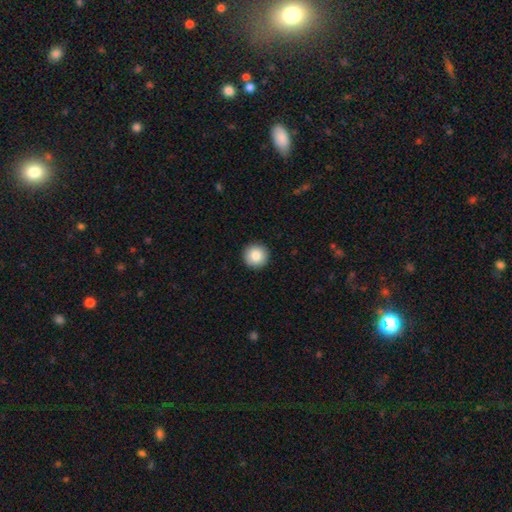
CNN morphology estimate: Overall: smooth (86%). How rounded: round (96%). Merging: none (93%).